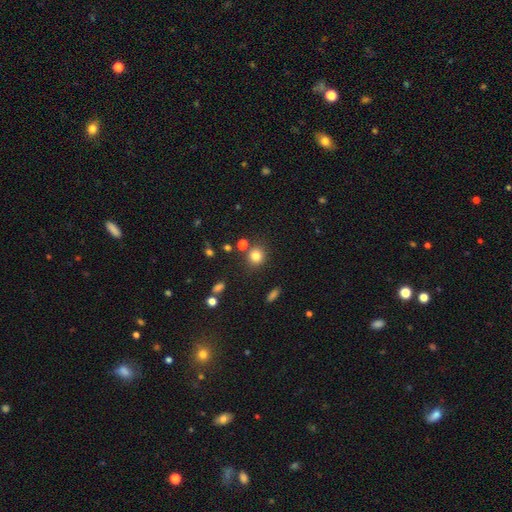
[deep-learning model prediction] This is clearly a smooth galaxy (80%). How rounded: clearly round (85%). Merging: likely none (78%).